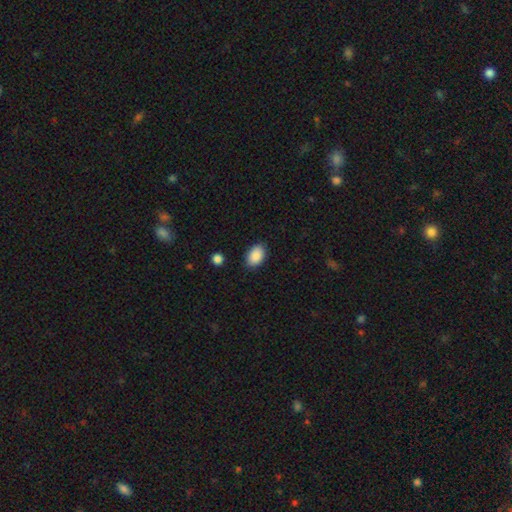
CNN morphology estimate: A smooth galaxy with no disk features (89%) that is in between round and cigar-shaped (89%). Merging: none (87%).